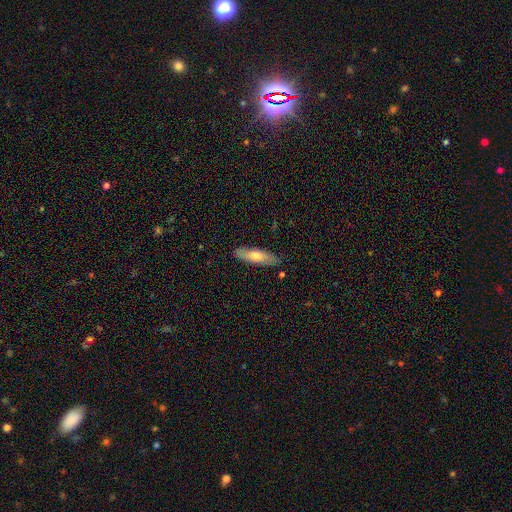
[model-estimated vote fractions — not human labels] A smooth galaxy with no disk features (66%) that is cigar-shaped (66%). Merging: none (86%).